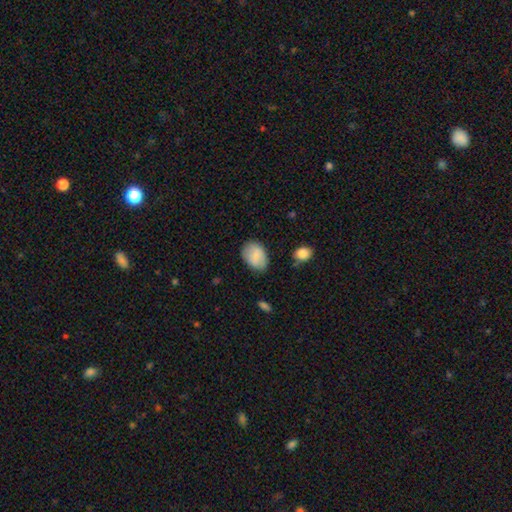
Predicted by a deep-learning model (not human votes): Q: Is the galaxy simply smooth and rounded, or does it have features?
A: smooth — 80%.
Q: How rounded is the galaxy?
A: in between — 79%.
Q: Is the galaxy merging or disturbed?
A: none — 75%.